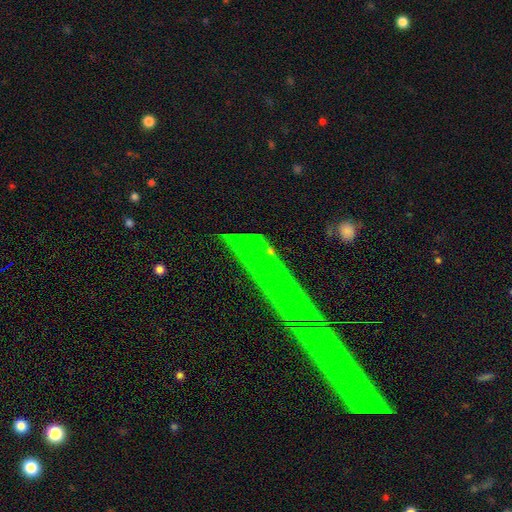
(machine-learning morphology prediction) This is likely a star or artifact rather than a galaxy (69%).